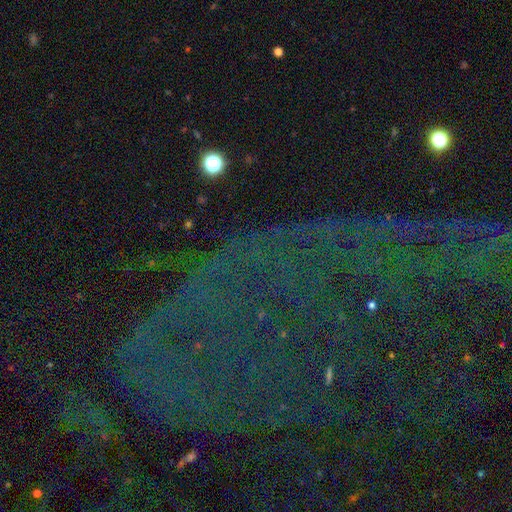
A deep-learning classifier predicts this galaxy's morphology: The model was most divided on "smooth or featured": star or artifact: 82%, featured or disk: 9%, smooth: 9%.